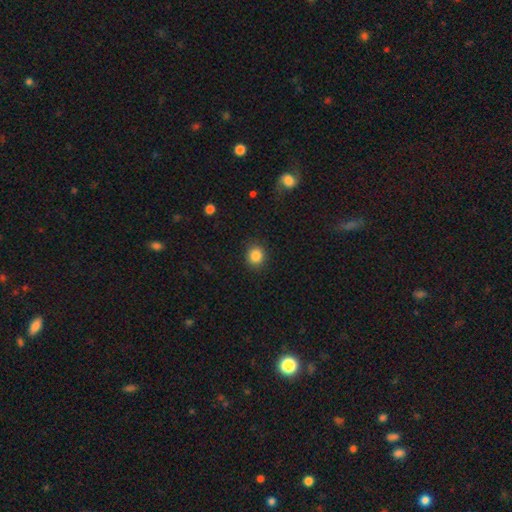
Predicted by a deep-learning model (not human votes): This appears to be a smooth galaxy with no disk features (86%) that is round (84%). Merging: none (89%).